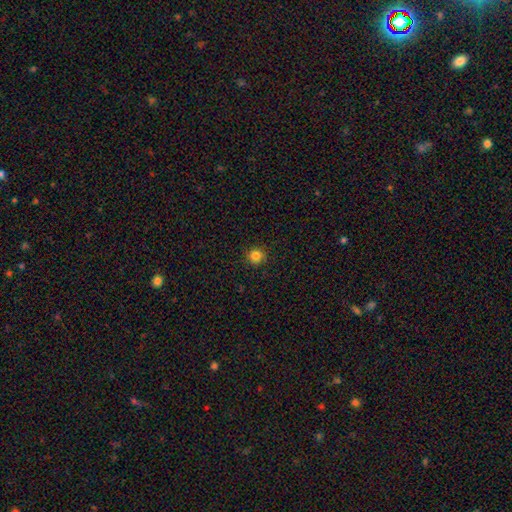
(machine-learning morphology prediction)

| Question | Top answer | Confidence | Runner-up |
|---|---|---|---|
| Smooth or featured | smooth | 84% | star or artifact (12%) |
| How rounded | round | 95% | in between (4%) |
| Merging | none | 91% | minor disturbance (6%) |